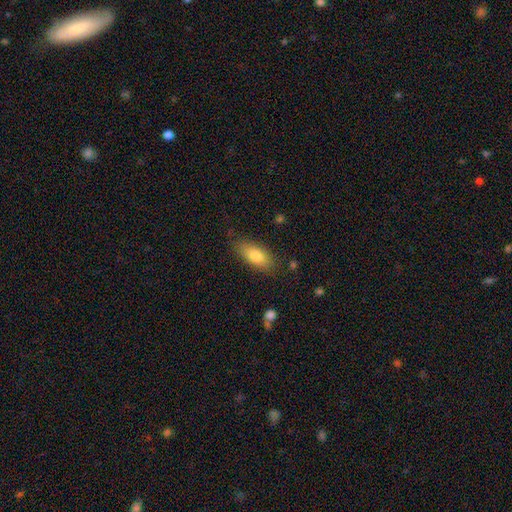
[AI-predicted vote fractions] Q: Smooth or featured?
A: smooth (80%); runner-up: featured or disk (13%)
Q: How rounded?
A: in between (85%); runner-up: cigar-shaped (12%)
Q: Merging?
A: none (82%); runner-up: minor disturbance (13%)